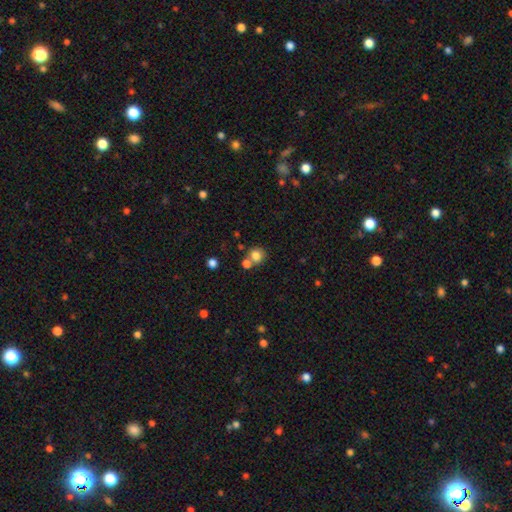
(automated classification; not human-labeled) Q: Smooth or featured?
A: smooth (81%); runner-up: star or artifact (11%)
Q: How rounded?
A: round (84%); runner-up: in between (15%)
Q: Merging?
A: none (58%); runner-up: merger (30%)